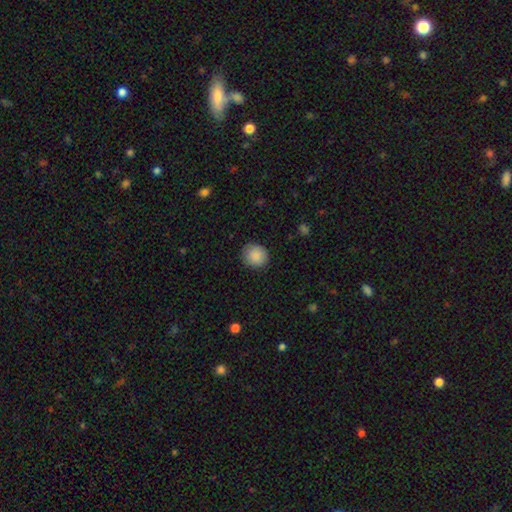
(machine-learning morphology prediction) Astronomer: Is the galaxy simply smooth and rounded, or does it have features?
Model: smooth — 89%.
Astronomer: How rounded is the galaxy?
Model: round — 84%.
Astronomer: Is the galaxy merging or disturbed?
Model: none — 87%.